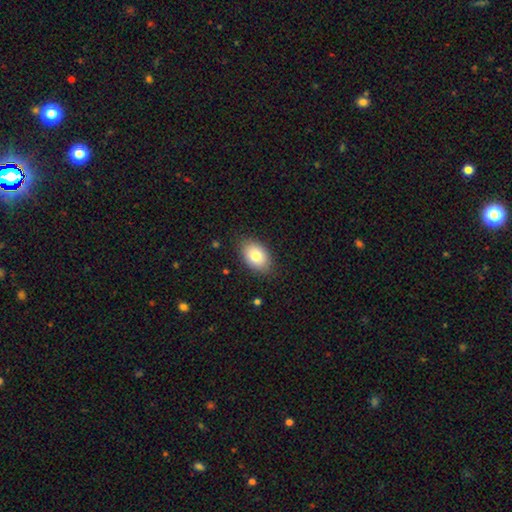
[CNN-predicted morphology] Smooth or featured? Predicted: smooth (p=0.82). How rounded? Predicted: in between (p=0.89). Merging? Predicted: none (p=0.85).